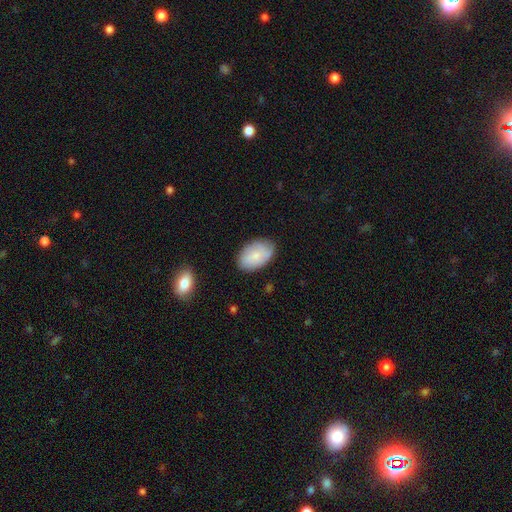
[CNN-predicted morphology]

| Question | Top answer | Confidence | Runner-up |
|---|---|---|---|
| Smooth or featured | smooth | 73% | featured or disk (20%) |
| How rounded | in between | 90% | round (9%) |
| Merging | none | 78% | minor disturbance (17%) |